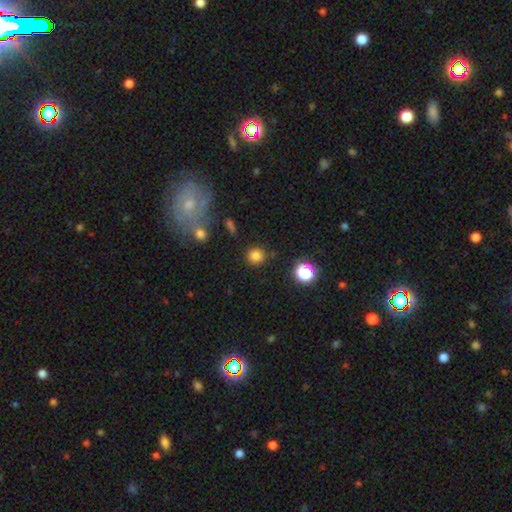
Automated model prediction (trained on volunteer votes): Smooth or featured? Predicted: smooth (p=0.81). How rounded? Predicted: round (p=0.91). Merging? Predicted: none (p=0.86).